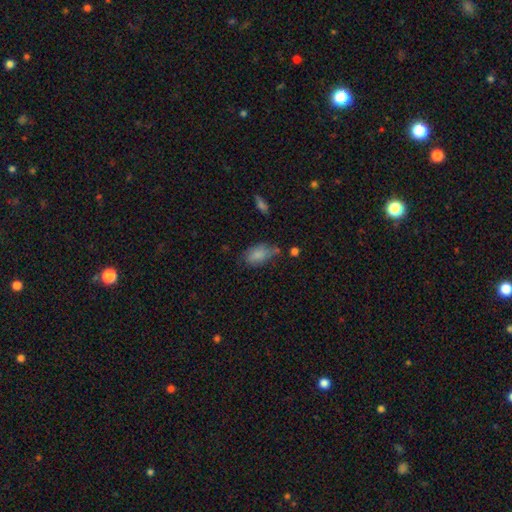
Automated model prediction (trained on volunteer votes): Q: Smooth or featured?
A: smooth (80%); runner-up: featured or disk (10%)
Q: How rounded?
A: in between (90%); runner-up: round (5%)
Q: Merging?
A: none (52%); runner-up: minor disturbance (32%)